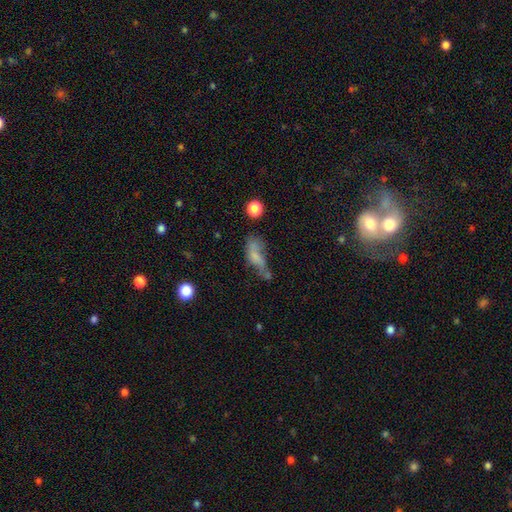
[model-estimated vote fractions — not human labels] Overall: smooth (57%; featured or disk 29%). How rounded: in between (70%). Merging: major disturbance (29%; none 28%).